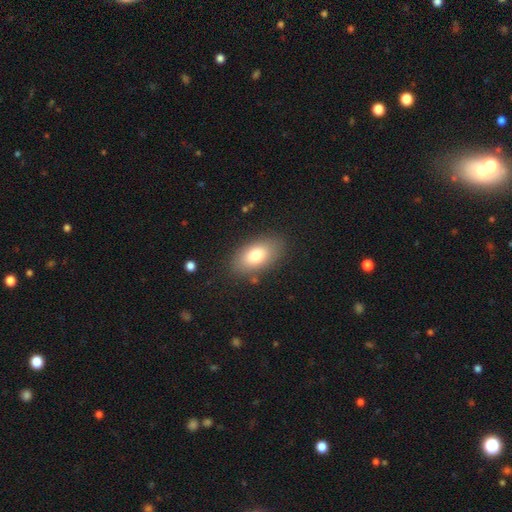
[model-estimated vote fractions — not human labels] This appears to be a smooth galaxy with no disk features (77%) that is in between round and cigar-shaped (91%). Merging: none (83%).